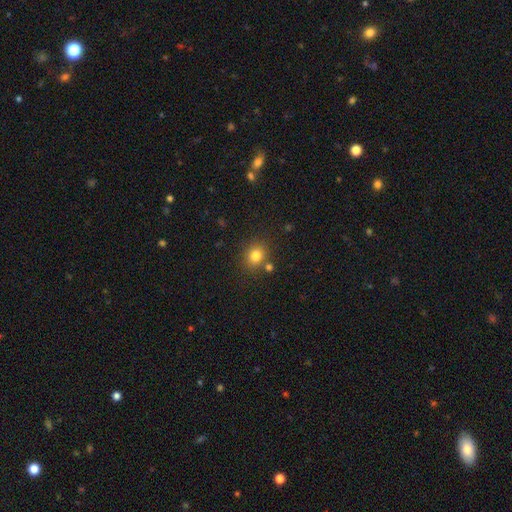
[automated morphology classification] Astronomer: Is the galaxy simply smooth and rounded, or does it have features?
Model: smooth — 81%.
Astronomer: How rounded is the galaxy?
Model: round — 68%.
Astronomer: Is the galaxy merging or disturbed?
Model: none — 76%.